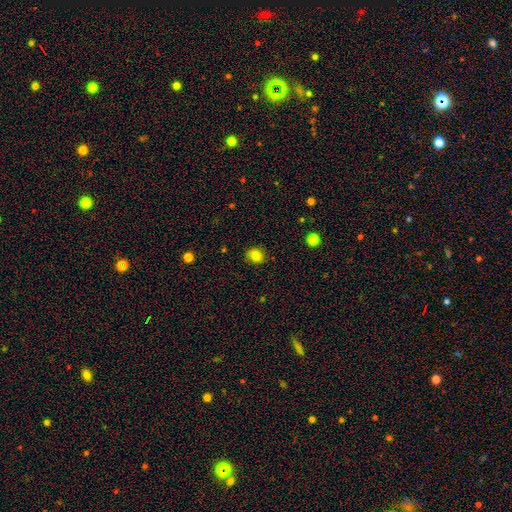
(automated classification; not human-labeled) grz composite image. It shows a smooth galaxy with no disk features (83%) that is round (65%). Merging: none (79%).